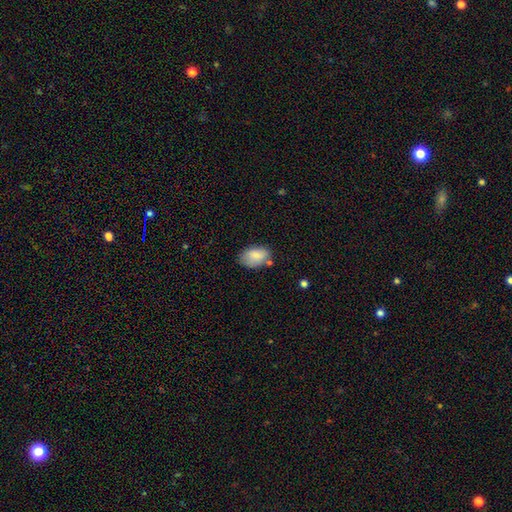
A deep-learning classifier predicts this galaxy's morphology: This appears to be a smooth galaxy with no disk features (84%) that is in between round and cigar-shaped (89%). Merging: none (67%).